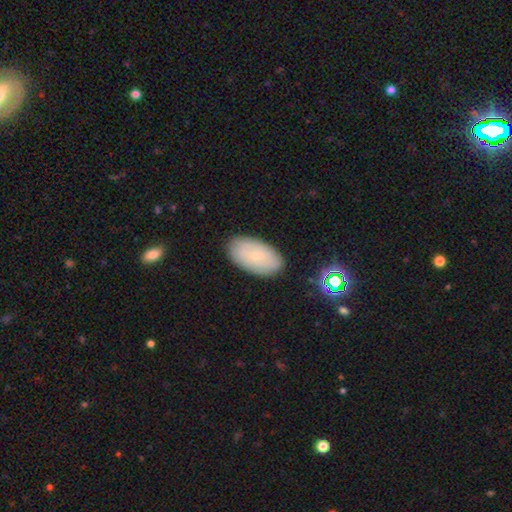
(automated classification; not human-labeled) A smooth galaxy with no disk features (71%) that is in between round and cigar-shaped (95%). Merging: none (86%).